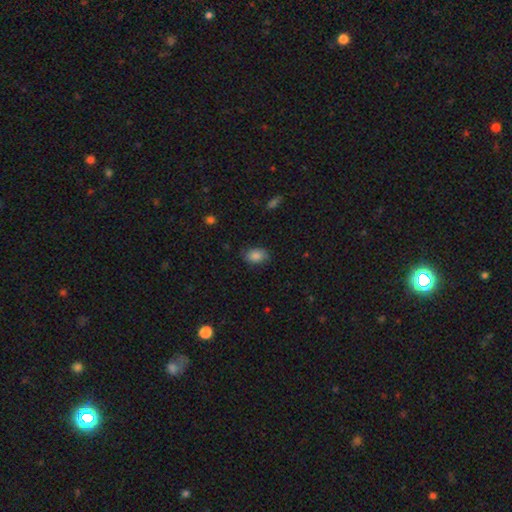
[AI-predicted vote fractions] smooth_or_featured: smooth (p=0.85) [alt: star or artifact p=0.08]
how_rounded: in between (p=0.82) [alt: round p=0.17]
merging: none (p=0.78) [alt: minor disturbance p=0.17]